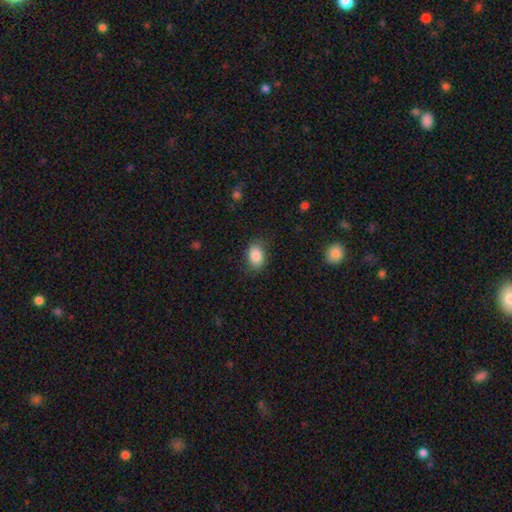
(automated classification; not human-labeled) Smooth or featured? smooth (86%)
How rounded? in between (82%)
Merging? none (80%)